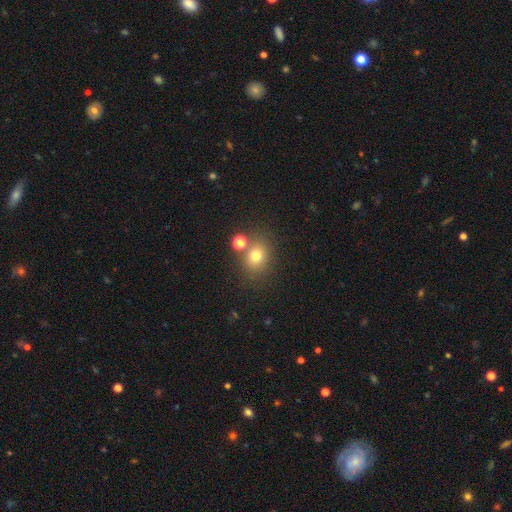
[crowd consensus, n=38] Morphology: type=smooth (79%); roundness=round (87%); merging=none (65%).